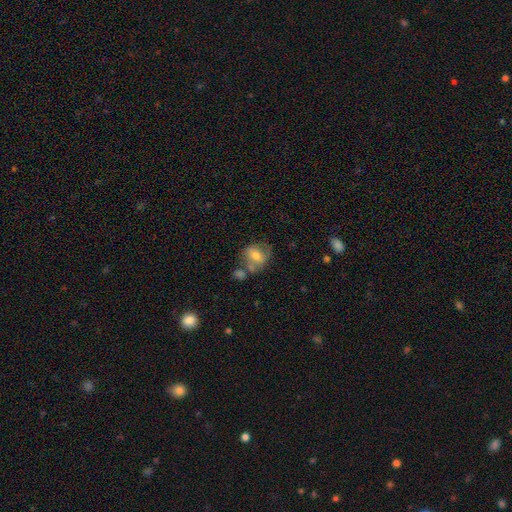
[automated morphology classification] The model was most divided on "how rounded": round: 54%, in between: 44%, cigar-shaped: 1%. Remaining: smooth or featured — smooth (57%); merging — none (44%).